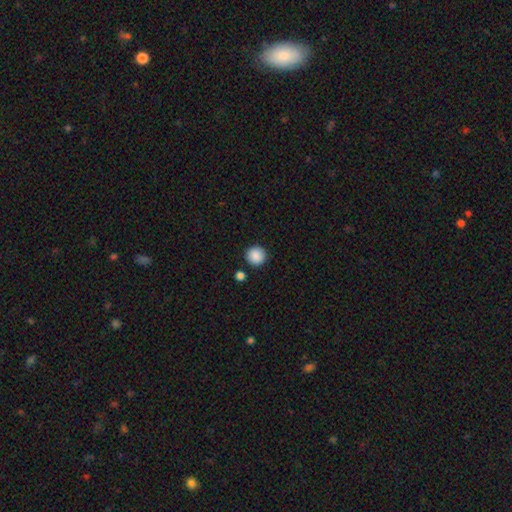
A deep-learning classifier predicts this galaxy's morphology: This appears to be a smooth galaxy with no disk features (89%) that is round (95%). Merging: none (90%).